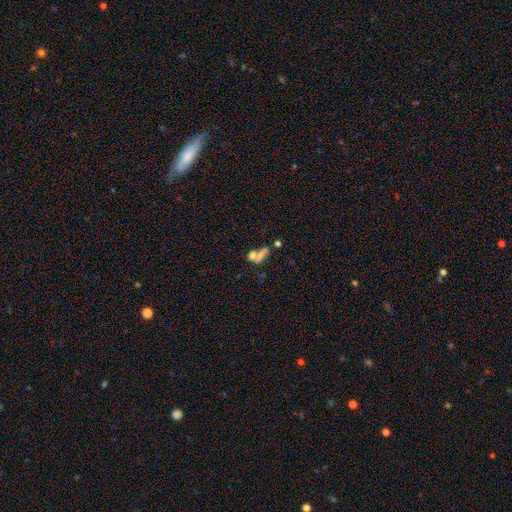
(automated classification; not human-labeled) Q: Smooth or featured?
A: smooth (59%); runner-up: featured or disk (24%)
Q: How rounded?
A: in between (49%); runner-up: cigar-shaped (29%)
Q: Merging?
A: merger (47%); runner-up: none (30%)